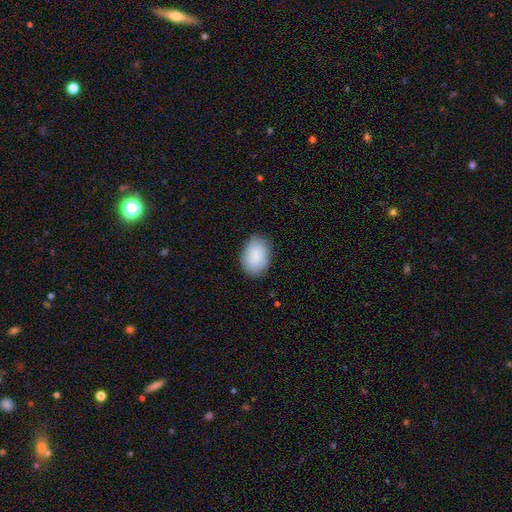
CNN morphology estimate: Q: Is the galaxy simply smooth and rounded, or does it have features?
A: smooth — 88%.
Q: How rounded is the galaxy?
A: in between — 81%.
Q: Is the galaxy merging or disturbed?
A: none — 82%.